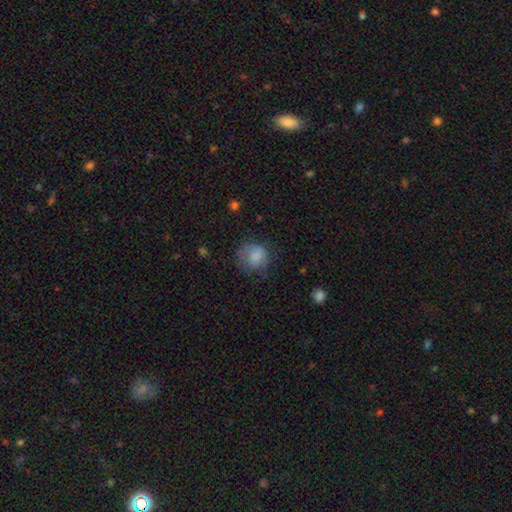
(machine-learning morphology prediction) Smooth or featured?
  - smooth: 79% *
  - featured or disk: 12%
  - star or artifact: 9%
How rounded?
  - round: 77% *
  - in between: 22%
  - cigar-shaped: 1%
Merging?
  - none: 59% *
  - minor disturbance: 25%
  - major disturbance: 15%
  - merger: 2%